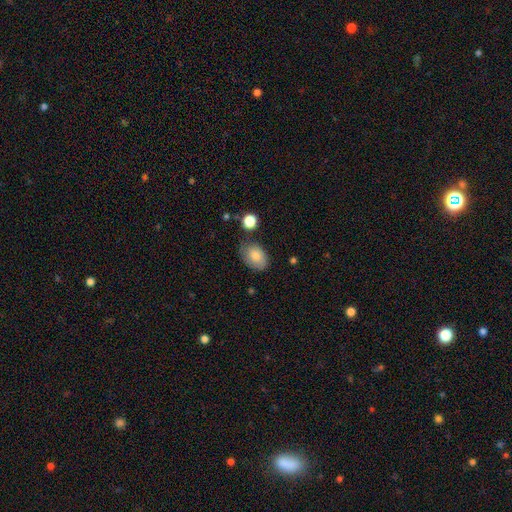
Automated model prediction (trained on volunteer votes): A smooth galaxy with no disk features (80%) that is in between round and cigar-shaped (82%).

Vote fractions:
- Smooth or featured? smooth: 80% / featured or disk: 12% / star or artifact: 8%
- How rounded? in between: 82% / round: 17% / cigar-shaped: 1%
- Merging? none: 61% / minor disturbance: 28% / major disturbance: 7% / merger: 4%